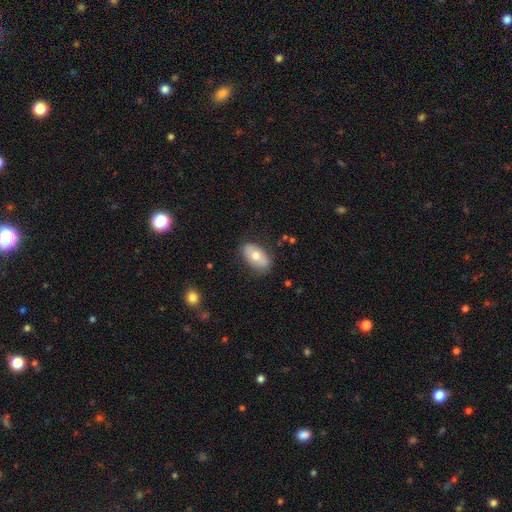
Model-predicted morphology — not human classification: type=smooth (67%); roundness=in between (92%); merging=none (80%).